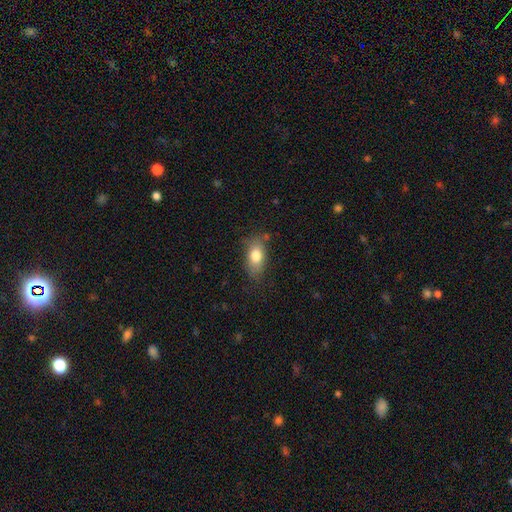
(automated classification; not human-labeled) Morphology: type=smooth (79%); roundness=in between (86%); merging=none (73%).